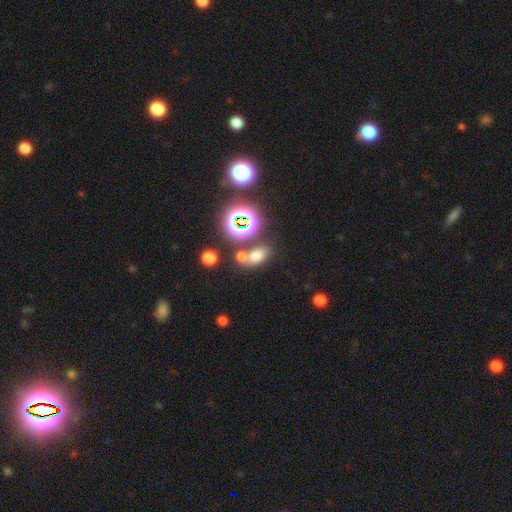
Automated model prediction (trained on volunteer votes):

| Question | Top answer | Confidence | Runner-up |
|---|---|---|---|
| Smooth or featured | smooth | 63% | star or artifact (27%) |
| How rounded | in between | 68% | round (28%) |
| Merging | none | 58% | merger (25%) |